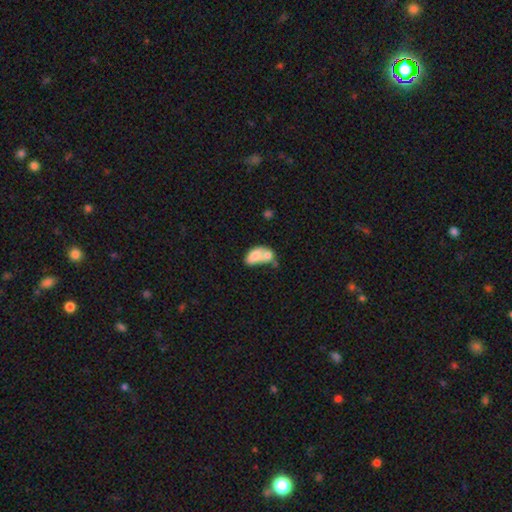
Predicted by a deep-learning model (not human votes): smooth 64%, featured or disk 27%, star or artifact 9%. Down the decision tree: how rounded — in between (86%); merging — merger (66%).